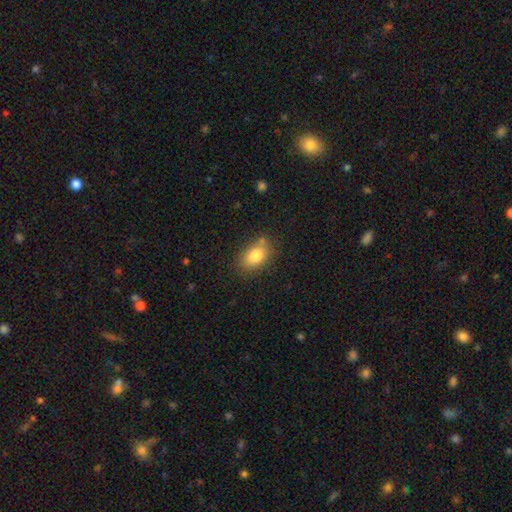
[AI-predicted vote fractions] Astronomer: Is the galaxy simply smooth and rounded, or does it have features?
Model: smooth — 82%.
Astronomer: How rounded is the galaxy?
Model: in between — 86%.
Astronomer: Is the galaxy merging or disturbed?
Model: none — 71%.